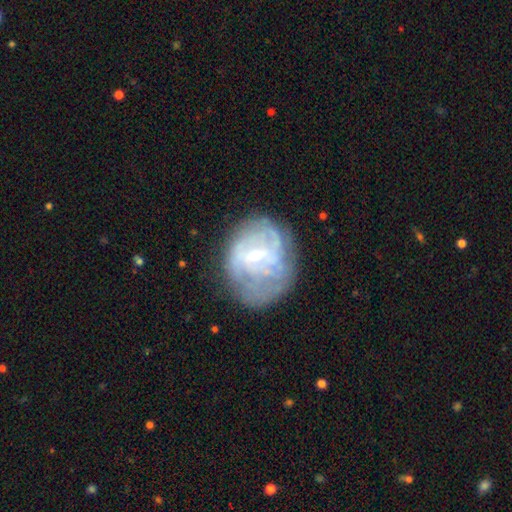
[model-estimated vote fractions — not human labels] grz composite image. It shows a featured or disk galaxy (69%) with a weak bar (55%), spiral arms (65%) and a small central bulge (58%). Merging: none (55%).